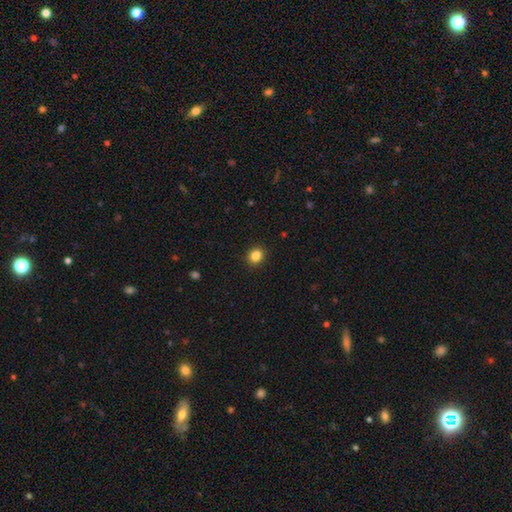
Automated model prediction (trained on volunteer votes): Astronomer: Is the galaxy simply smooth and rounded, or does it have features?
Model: smooth — 86%.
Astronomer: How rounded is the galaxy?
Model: round — 73%.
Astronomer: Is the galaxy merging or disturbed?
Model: none — 91%.